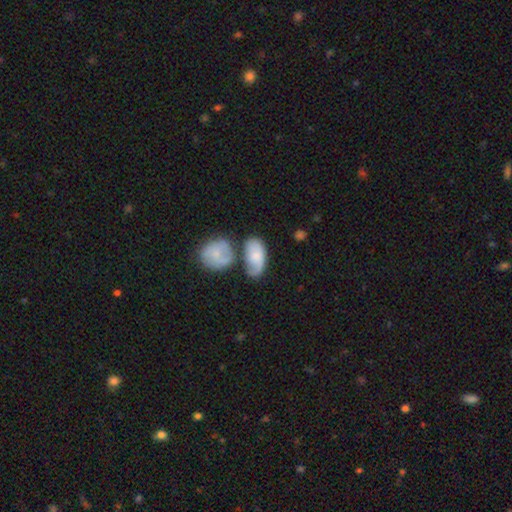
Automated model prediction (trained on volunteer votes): Q: Smooth or featured?
A: smooth (63%); runner-up: featured or disk (30%)
Q: How rounded?
A: in between (88%); runner-up: round (10%)
Q: Merging?
A: none (34%); runner-up: merger (29%)